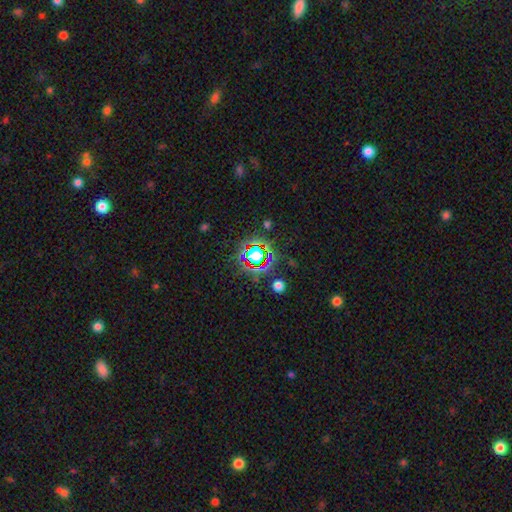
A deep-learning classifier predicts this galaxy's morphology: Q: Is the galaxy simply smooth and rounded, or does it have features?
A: star or artifact — 67%.